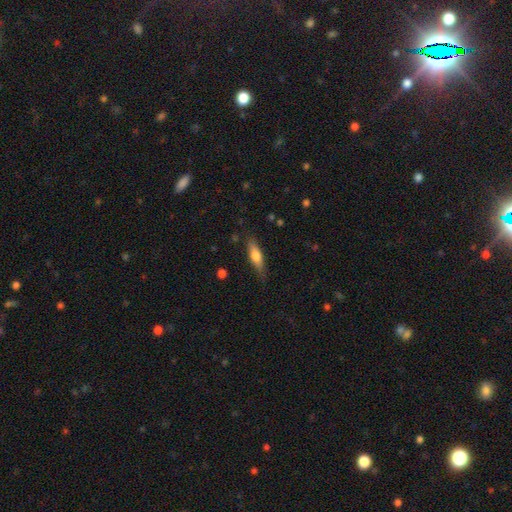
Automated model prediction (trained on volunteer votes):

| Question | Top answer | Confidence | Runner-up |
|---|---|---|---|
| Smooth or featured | smooth | 63% | featured or disk (30%) |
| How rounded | cigar-shaped | 64% | in between (34%) |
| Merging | none | 79% | minor disturbance (16%) |